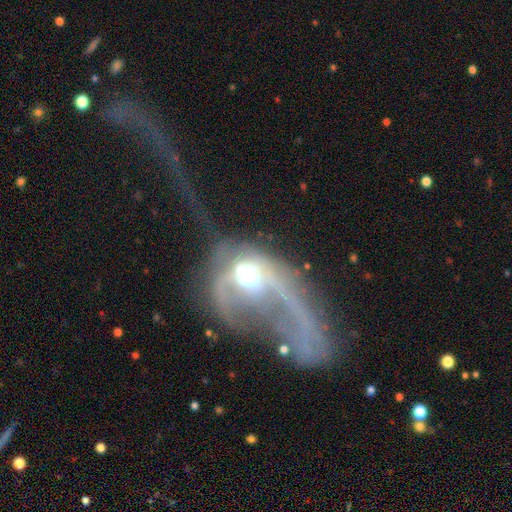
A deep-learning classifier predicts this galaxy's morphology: A featured or disk galaxy (67%) with no bar (76%), no spiral arms (54%) and a moderate central bulge (62%). Merging: major disturbance (72%).